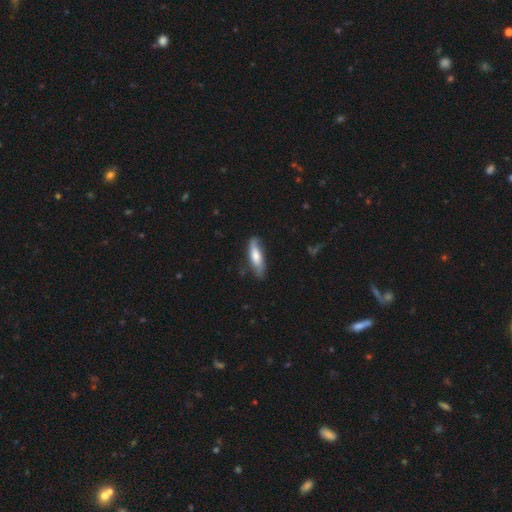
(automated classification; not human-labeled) Smooth or featured? smooth (61%)
How rounded? cigar-shaped (55%)
Merging? none (71%)